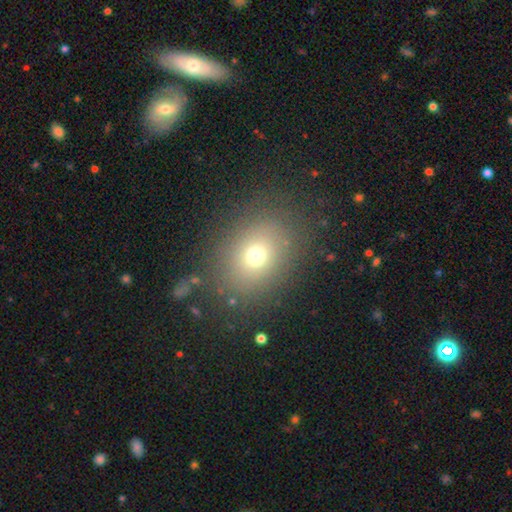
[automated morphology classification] Smooth or featured?
  - smooth: 68% *
  - star or artifact: 19%
  - featured or disk: 13%
How rounded?
  - round: 51% *
  - in between: 48%
  - cigar-shaped: 1%
Merging?
  - none: 80% *
  - minor disturbance: 11%
  - major disturbance: 6%
  - merger: 2%